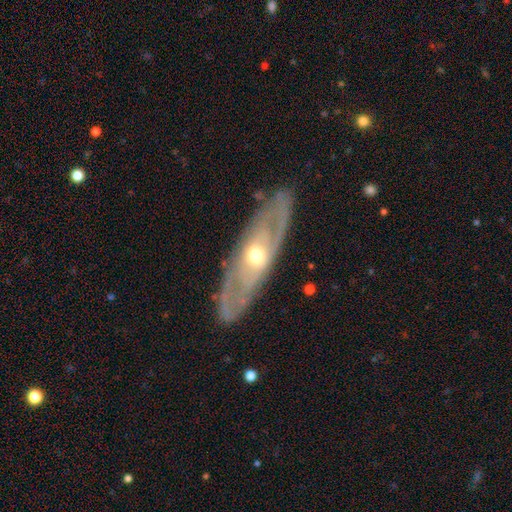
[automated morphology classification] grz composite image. It shows a featured or disk galaxy (77%) with no bar (75%), spiral arms (59%) and a moderate central bulge (60%). Merging: none (83%).